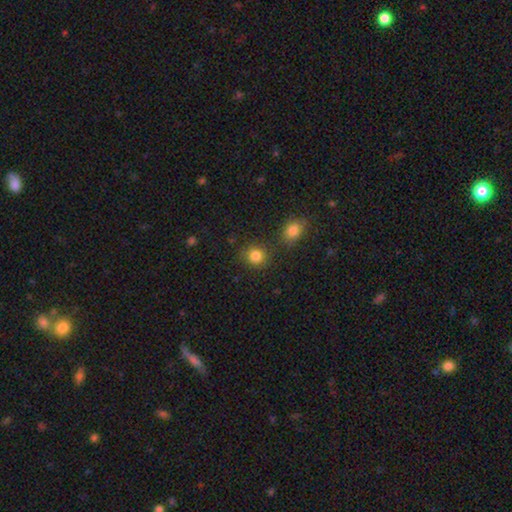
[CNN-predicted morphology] This is clearly a smooth galaxy (83%). How rounded: clearly round (85%). Merging: likely none (79%).